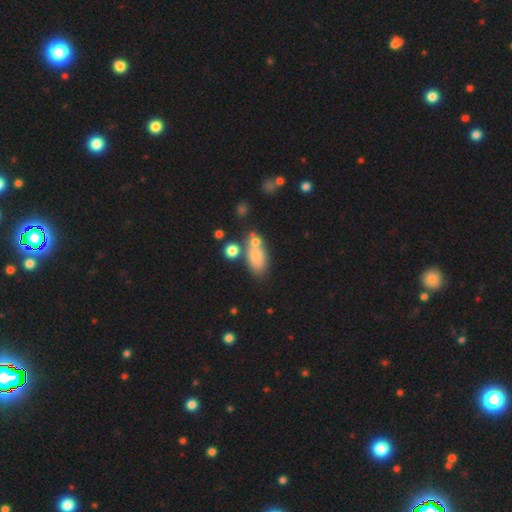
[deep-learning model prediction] Smooth or featured? smooth (75%)
How rounded? in between (82%)
Merging? none (50%)